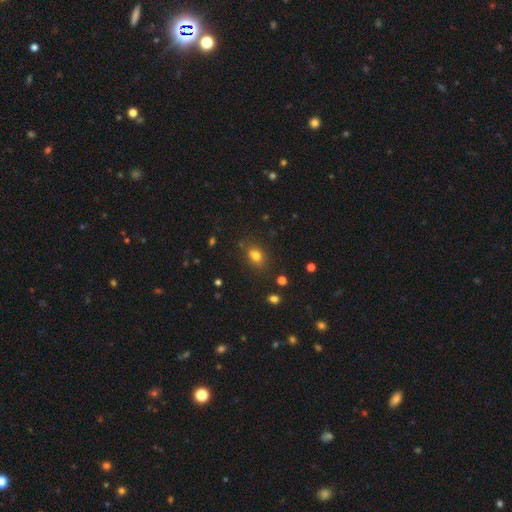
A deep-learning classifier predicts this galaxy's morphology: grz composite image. It shows a smooth galaxy with no disk features (78%) that is in between round and cigar-shaped (66%). Merging: none (75%).